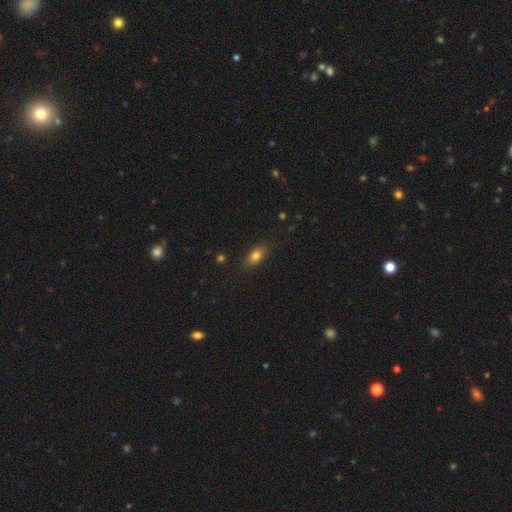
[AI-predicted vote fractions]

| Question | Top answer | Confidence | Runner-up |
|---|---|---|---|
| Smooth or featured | smooth | 79% | featured or disk (11%) |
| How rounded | in between | 81% | round (12%) |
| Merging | none | 82% | minor disturbance (14%) |